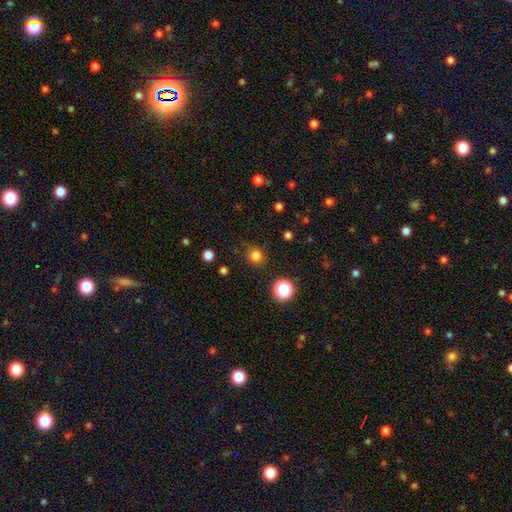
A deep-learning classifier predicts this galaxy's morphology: type=smooth (80%); roundness=round (91%); merging=none (85%).